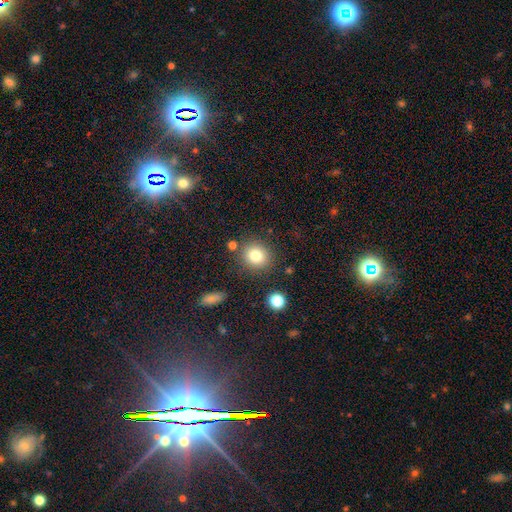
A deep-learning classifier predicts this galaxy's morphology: A smooth galaxy with no disk features (80%) that is round (82%).

Vote fractions:
- Smooth or featured? smooth: 80% / star or artifact: 12% / featured or disk: 9%
- How rounded? round: 82% / in between: 17% / cigar-shaped: 1%
- Merging? none: 83% / minor disturbance: 9% / merger: 5% / major disturbance: 3%